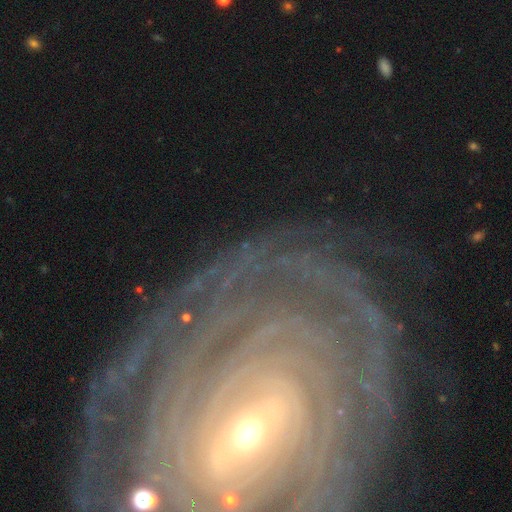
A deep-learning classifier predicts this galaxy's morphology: The model was most divided on "bar": no: 35%, strong: 34%, weak: 31%. Remaining: spiral arms — yes (96%); edge-on disk — no (95%); smooth or featured — featured or disk (87%); spiral winding — tight (86%); merging — none (79%); bulge size — small (73%); spiral arm count — can't tell (27%).